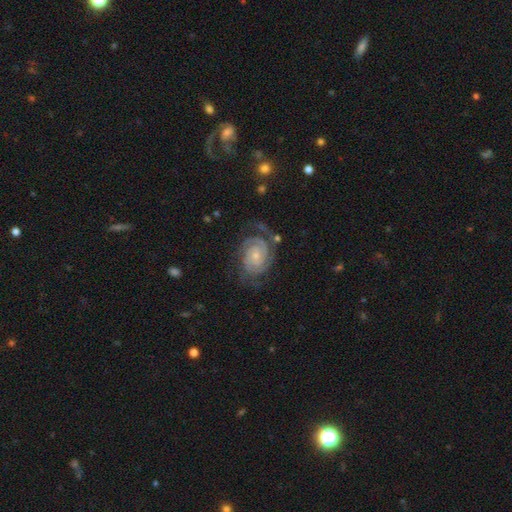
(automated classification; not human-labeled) The model was most divided on "spiral arm count": 2: 59%, 3: 17%, can't tell: 11%, 4: 5%, 1: 4%, more than 4: 4%. More confident: spiral arms — yes (98%); edge-on disk — no (98%); smooth or featured — featured or disk (90%); spiral winding — tight (77%); bulge size — small (72%); merging — none (70%); bar — no (69%).